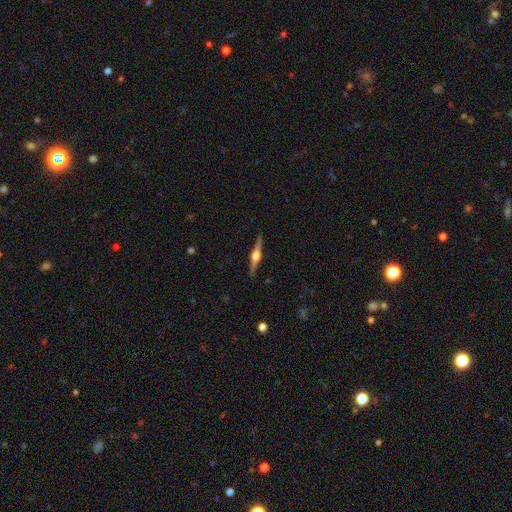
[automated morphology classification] type=featured or disk (80%); edge-on=yes (98%); edge-on bulge=rounded (92%); merging=none (91%).